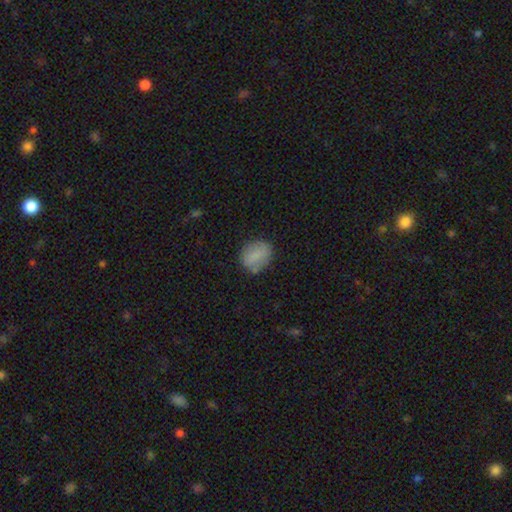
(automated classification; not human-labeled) smooth_or_featured: smooth (p=0.79) [alt: featured or disk p=0.13]
how_rounded: round (p=0.52) [alt: in between p=0.47]
merging: none (p=0.75) [alt: minor disturbance p=0.17]